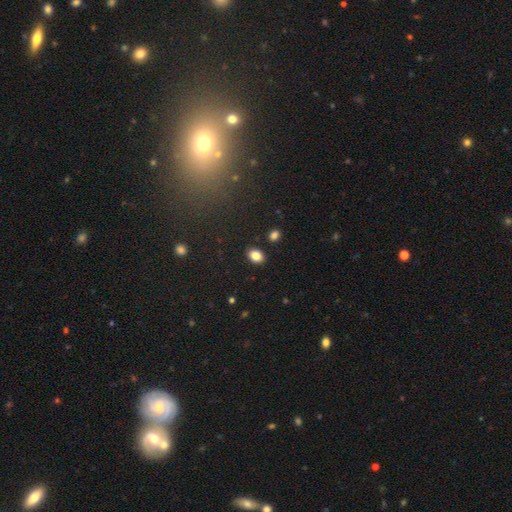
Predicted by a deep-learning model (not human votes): Overall: smooth (84%). How rounded: in between (72%). Merging: none (88%).